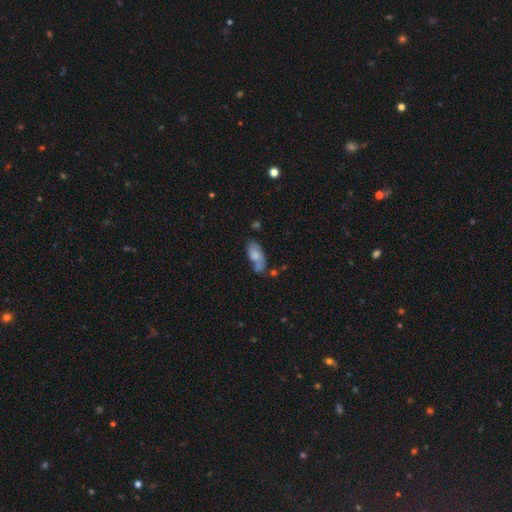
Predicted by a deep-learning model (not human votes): Smooth or featured? smooth (69%)
How rounded? in between (87%)
Merging? none (43%)